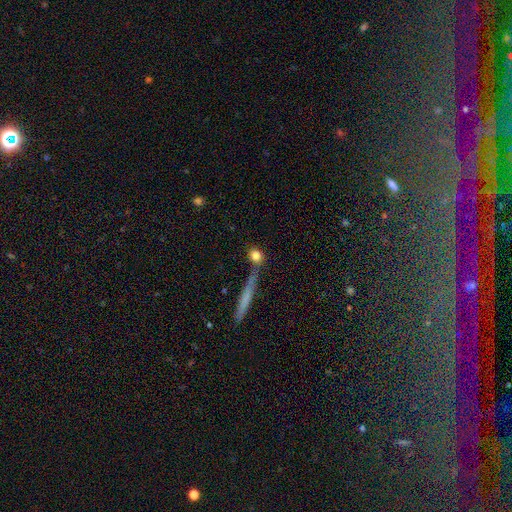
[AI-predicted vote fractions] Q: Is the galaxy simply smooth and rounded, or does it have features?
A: smooth — 80%.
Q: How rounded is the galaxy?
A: round — 74%.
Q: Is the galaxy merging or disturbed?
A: none — 70%.